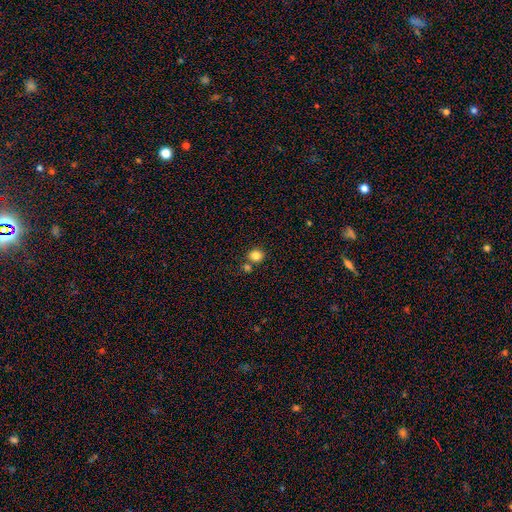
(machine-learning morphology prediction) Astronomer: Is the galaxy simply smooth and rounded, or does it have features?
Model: smooth — 83%.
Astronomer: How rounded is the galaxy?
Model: round — 78%.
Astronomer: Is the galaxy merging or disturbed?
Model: none — 71%.